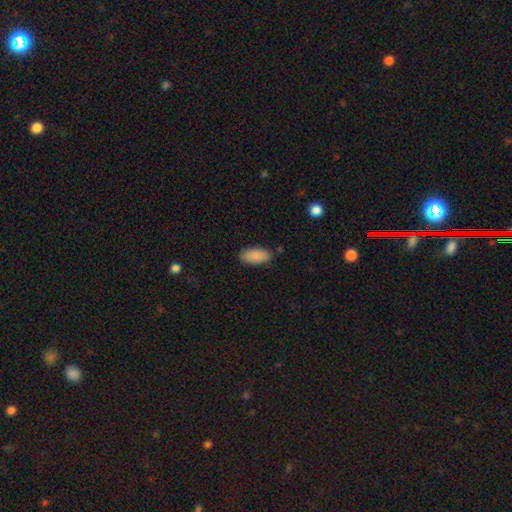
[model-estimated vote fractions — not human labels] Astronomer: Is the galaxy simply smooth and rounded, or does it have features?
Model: smooth — 89%.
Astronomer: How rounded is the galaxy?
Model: in between — 91%.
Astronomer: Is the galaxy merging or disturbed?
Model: none — 84%.